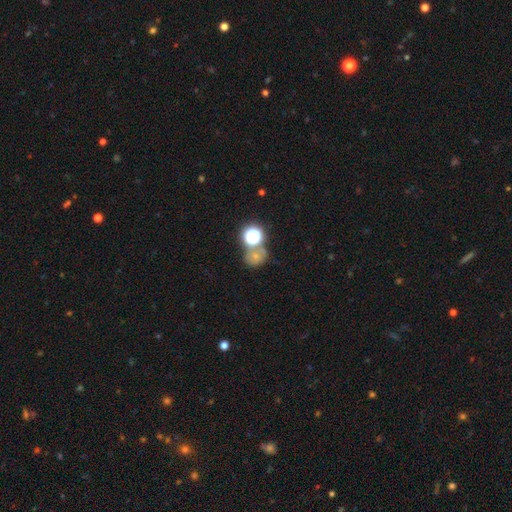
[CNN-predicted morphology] A smooth galaxy with no disk features (57%) that is round (71%).

Vote fractions:
- Smooth or featured? smooth: 57% / star or artifact: 30% / featured or disk: 13%
- How rounded? round: 71% / in between: 28% / cigar-shaped: 1%
- Merging? none: 45% / merger: 34% / minor disturbance: 12% / major disturbance: 9%